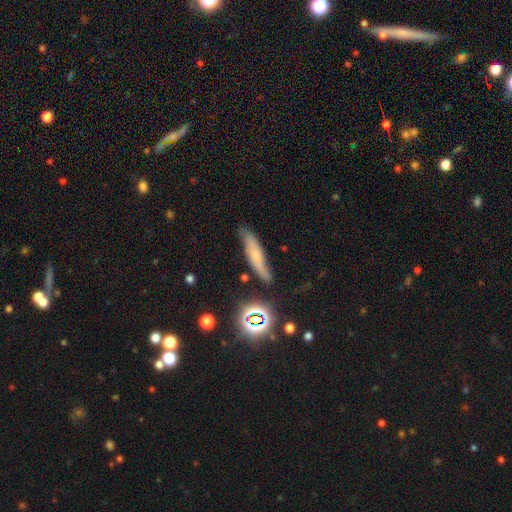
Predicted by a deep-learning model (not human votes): smooth_or_featured: smooth (p=0.52) [alt: featured or disk p=0.33]
how_rounded: cigar-shaped (p=0.79) [alt: in between p=0.17]
merging: none (p=0.67) [alt: minor disturbance p=0.24]